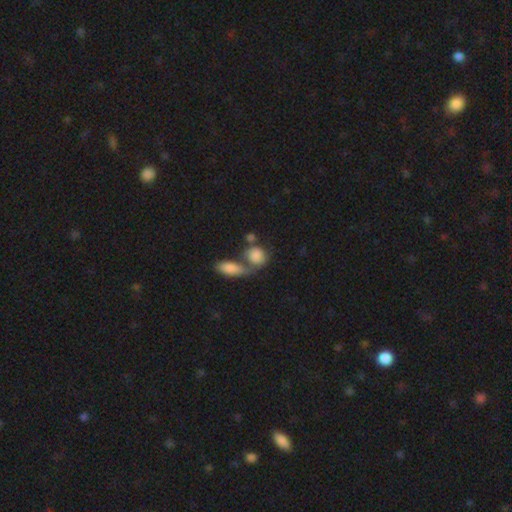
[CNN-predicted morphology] Smooth or featured? Predicted: smooth (p=0.82). How rounded? Predicted: round (p=0.60). Merging? Predicted: merger (p=0.44).